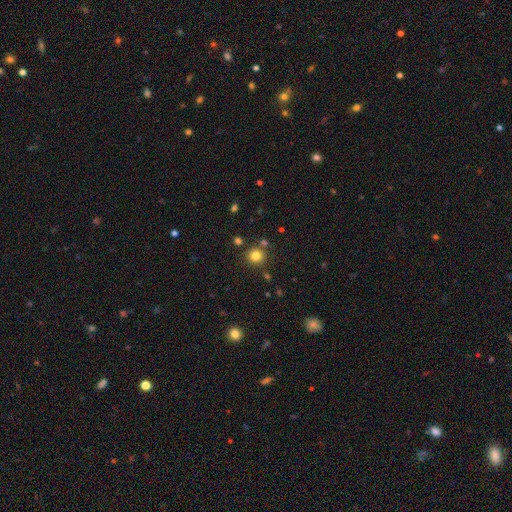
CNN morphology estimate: A smooth galaxy with no disk features (80%) that is round (91%). Merging: none (83%).